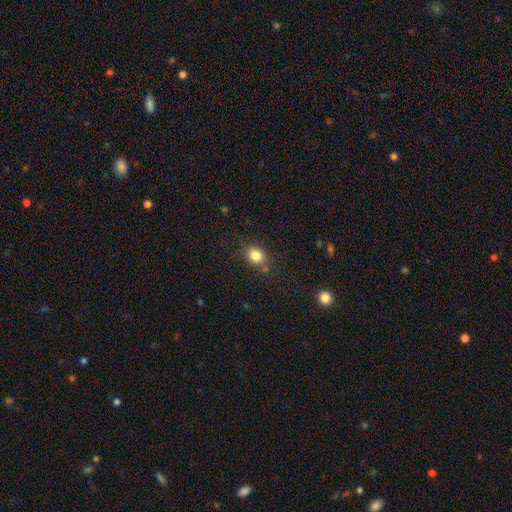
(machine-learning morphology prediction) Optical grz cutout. It shows a smooth galaxy with no disk features (83%) that is round (60%). Merging: none (79%).